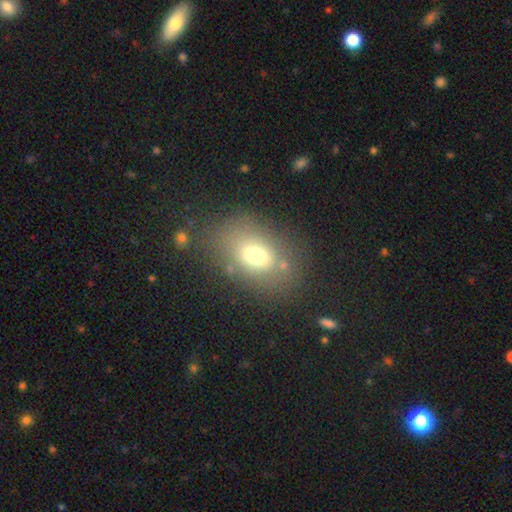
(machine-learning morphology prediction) Smooth or featured: smooth — 69% (featured or disk — 17%)
How rounded: in between — 72% (round — 27%)
Merging: none — 70% (minor disturbance — 15%)